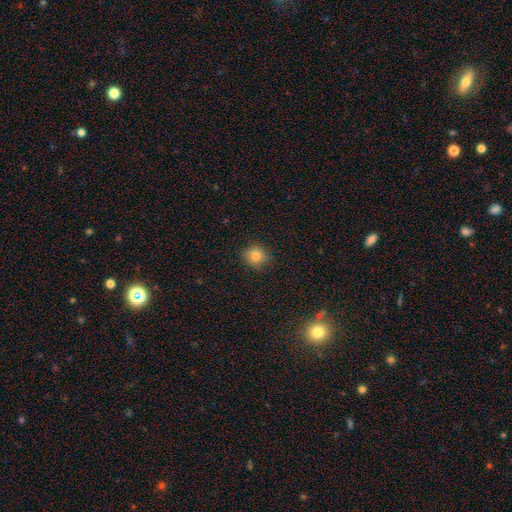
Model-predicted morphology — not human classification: Smooth or featured? Predicted: smooth (p=0.80). How rounded? Predicted: round (p=0.86). Merging? Predicted: none (p=0.84).